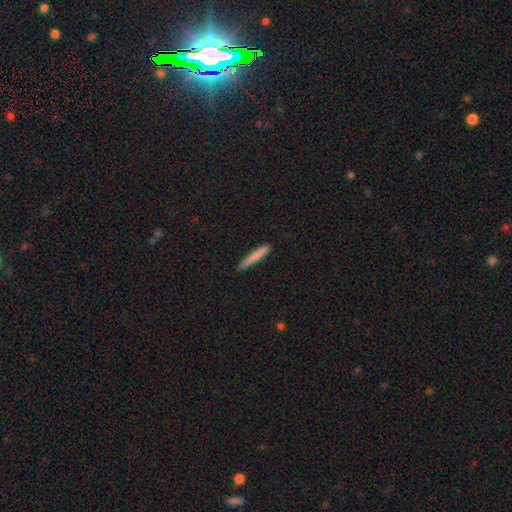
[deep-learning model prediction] This is clearly a smooth galaxy (80%). How rounded: clearly cigar-shaped (94%). Merging: clearly none (86%).